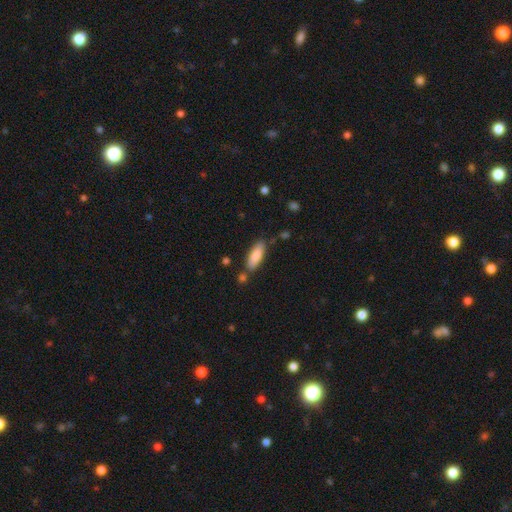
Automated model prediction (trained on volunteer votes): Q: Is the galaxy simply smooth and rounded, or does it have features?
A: smooth — 84%.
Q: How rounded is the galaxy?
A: in between — 59%.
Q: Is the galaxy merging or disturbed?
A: none — 76%.